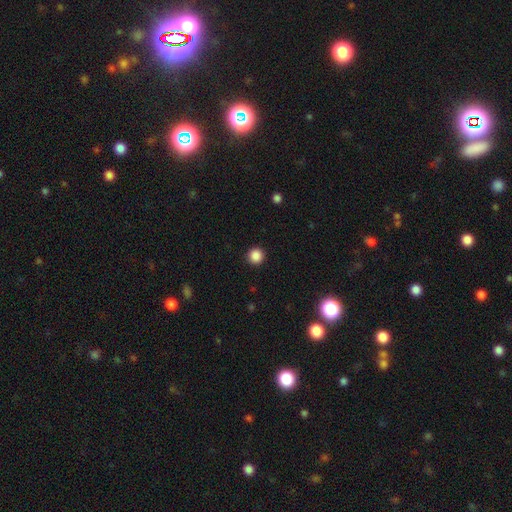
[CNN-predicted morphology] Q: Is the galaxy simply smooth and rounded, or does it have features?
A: smooth — 87%.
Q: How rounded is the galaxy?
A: round — 95%.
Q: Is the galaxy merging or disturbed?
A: none — 93%.